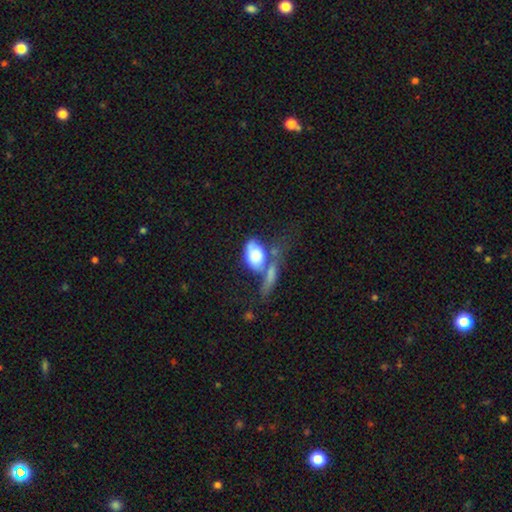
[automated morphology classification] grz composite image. It shows a smooth galaxy with no disk features (66%) that is in between round and cigar-shaped (86%). Merging: merger (45%).